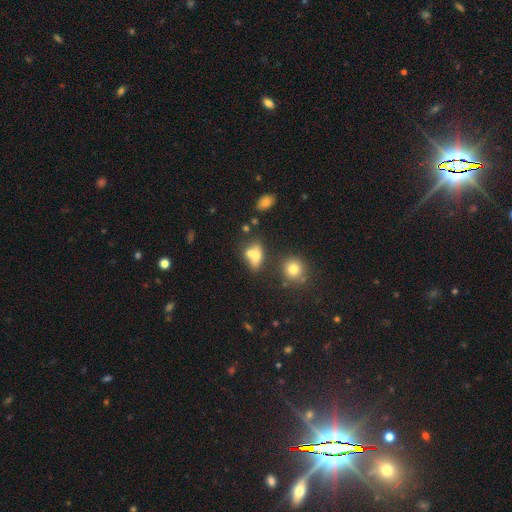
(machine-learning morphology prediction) Smooth or featured?
  - smooth: 66% *
  - featured or disk: 20%
  - star or artifact: 14%
How rounded?
  - in between: 68% *
  - round: 26%
  - cigar-shaped: 6%
Merging?
  - merger: 48% *
  - none: 33%
  - minor disturbance: 12%
  - major disturbance: 7%